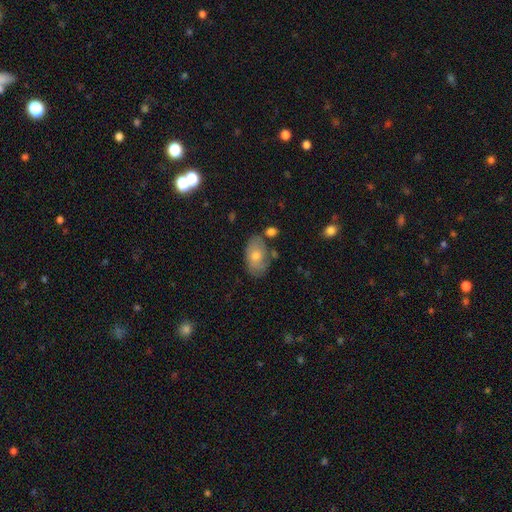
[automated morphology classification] smooth 60%, featured or disk 30%, star or artifact 10%. Down the decision tree: how rounded — in between (90%); merging — none (67%).